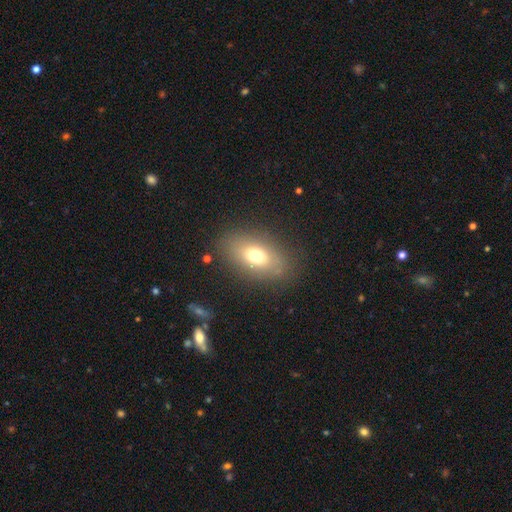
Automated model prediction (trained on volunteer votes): Smooth or featured? Predicted: smooth (p=0.70). How rounded? Predicted: in between (p=0.84). Merging? Predicted: none (p=0.81).